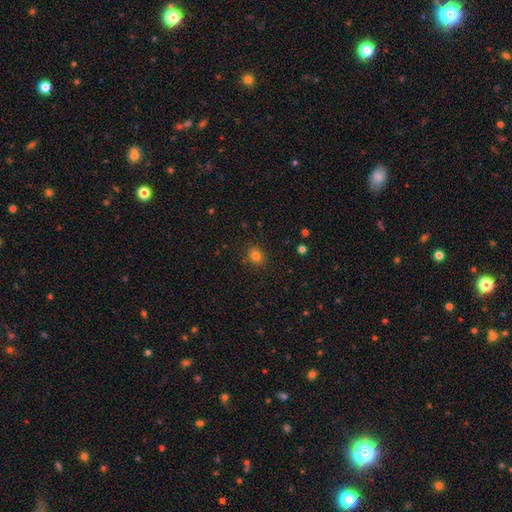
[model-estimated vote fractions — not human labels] Smooth or featured: smooth — 81% (star or artifact — 14%)
How rounded: round — 66% (in between — 33%)
Merging: none — 87% (minor disturbance — 9%)